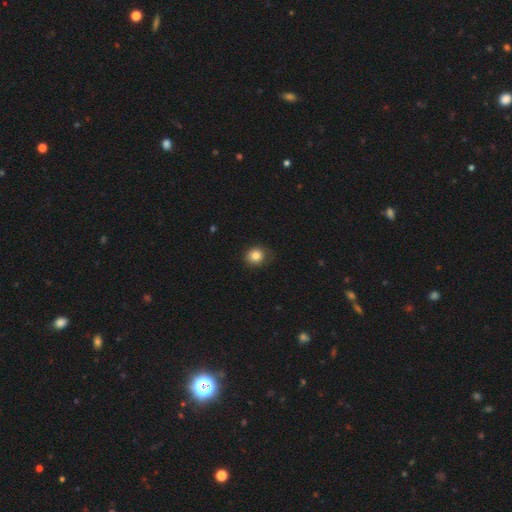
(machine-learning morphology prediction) The model was most divided on "merging": none: 76%, minor disturbance: 19%, major disturbance: 4%, merger: 1%. More confident: smooth or featured — smooth (83%); how rounded — round (79%).